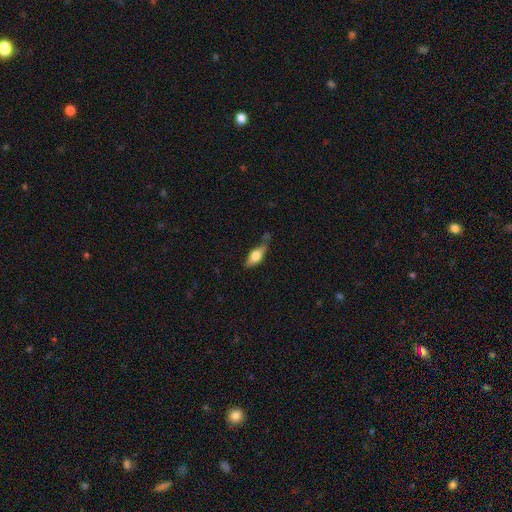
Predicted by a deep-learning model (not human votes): Smooth or featured?
  - smooth: 59% *
  - featured or disk: 34%
  - star or artifact: 7%
How rounded?
  - in between: 69% *
  - cigar-shaped: 27%
  - round: 4%
Merging?
  - none: 58% *
  - minor disturbance: 26%
  - major disturbance: 8%
  - merger: 7%